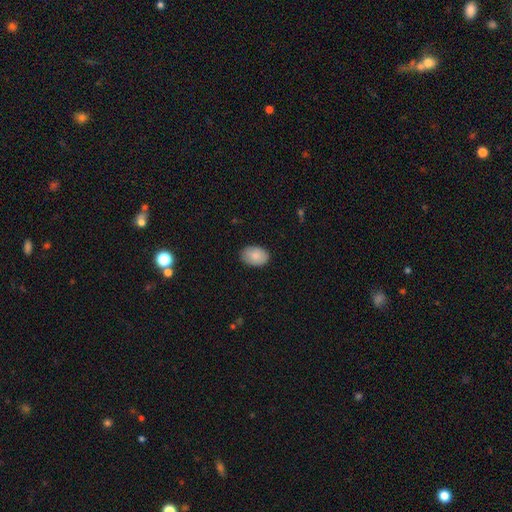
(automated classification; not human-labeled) Morphology: type=smooth (85%); roundness=in between (83%); merging=none (82%).